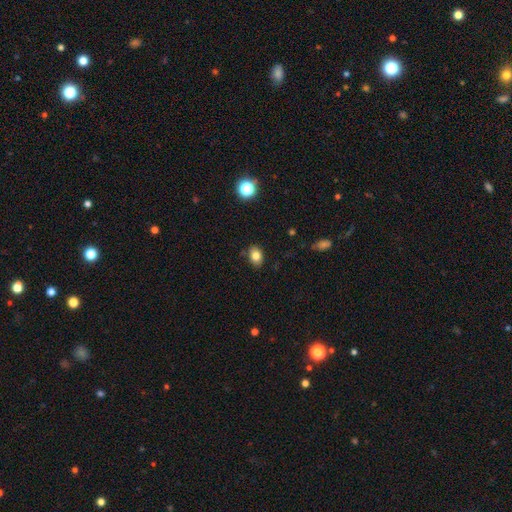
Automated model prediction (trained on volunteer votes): Smooth or featured? smooth (81%)
How rounded? in between (72%)
Merging? none (84%)